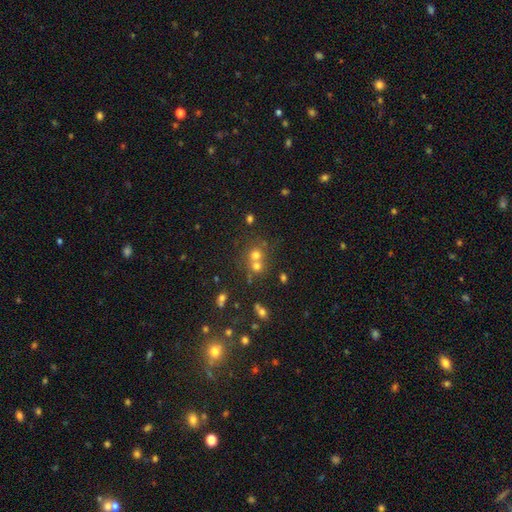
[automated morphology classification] smooth_or_featured: smooth (p=0.63) [alt: star or artifact p=0.22]
how_rounded: round (p=0.84) [alt: in between p=0.15]
merging: merger (p=0.46) [alt: none p=0.44]